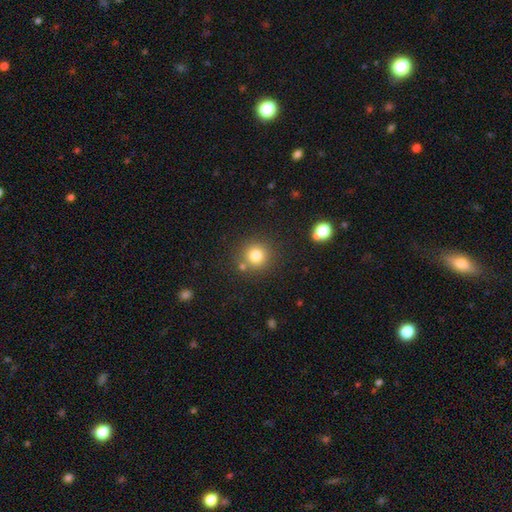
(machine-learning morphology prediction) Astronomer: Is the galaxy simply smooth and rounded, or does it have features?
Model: smooth — 79%.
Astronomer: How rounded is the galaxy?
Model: round — 93%.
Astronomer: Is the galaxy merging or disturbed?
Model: none — 82%.